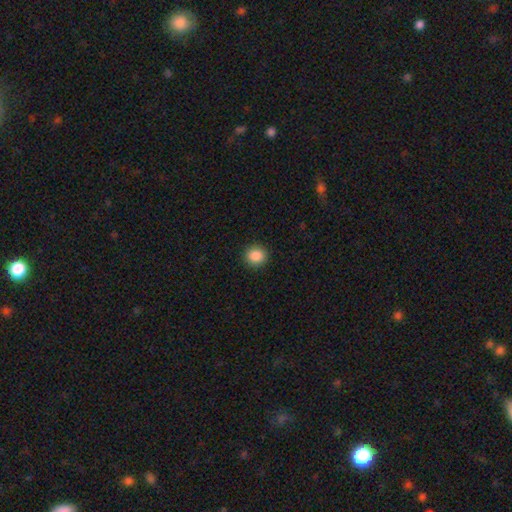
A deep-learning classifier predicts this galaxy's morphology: smooth-or-featured: smooth: 87% | star or artifact: 9% | featured or disk: 3%
  how-rounded: round: 89% | in between: 10% | cigar-shaped: 1%
  merging: none: 92% | minor disturbance: 5% | major disturbance: 2% | merger: 1%